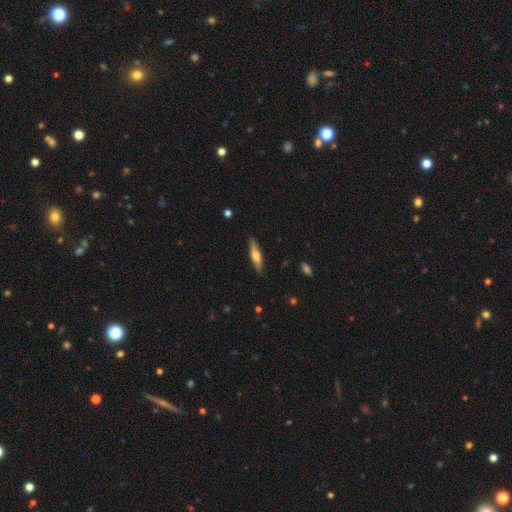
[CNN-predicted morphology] Smooth or featured?
  - smooth: 53% *
  - featured or disk: 41%
  - star or artifact: 6%
How rounded?
  - cigar-shaped: 72% *
  - in between: 26%
  - round: 2%
Merging?
  - none: 86% *
  - minor disturbance: 11%
  - major disturbance: 2%
  - merger: 1%